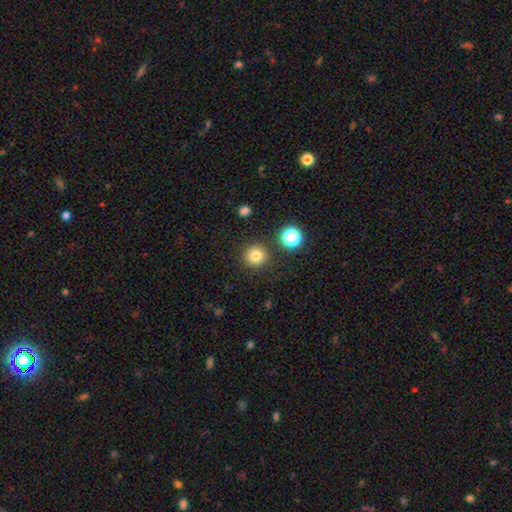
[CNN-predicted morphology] This appears to be a smooth galaxy with no disk features (79%) that is round (95%). Merging: none (88%).